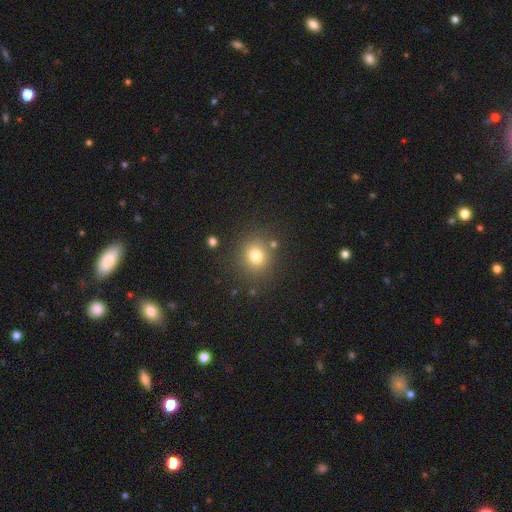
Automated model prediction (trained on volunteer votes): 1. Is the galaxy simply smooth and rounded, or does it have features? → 77% smooth, 15% star or artifact, 8% featured or disk.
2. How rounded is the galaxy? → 82% round, 17% in between, 1% cigar-shaped.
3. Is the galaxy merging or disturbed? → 81% none, 10% minor disturbance, 5% merger, 4% major disturbance.